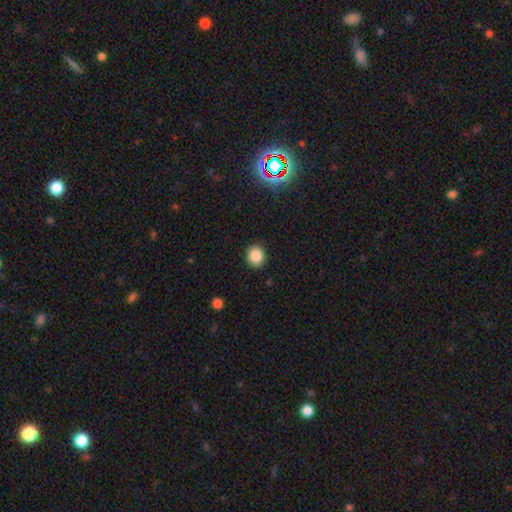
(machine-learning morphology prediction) The model was most divided on "how rounded": round: 76%, in between: 23%, cigar-shaped: 1%. More confident: merging — none (90%); smooth or featured — smooth (86%).